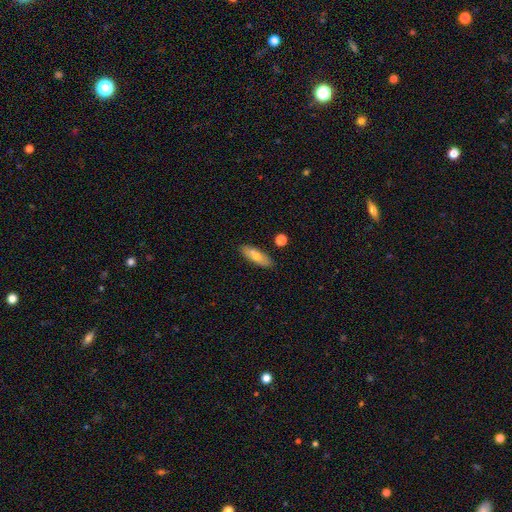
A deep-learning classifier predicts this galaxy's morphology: Overall: smooth (70%). How rounded: in between (49%; cigar-shaped 48%). Merging: none (86%).